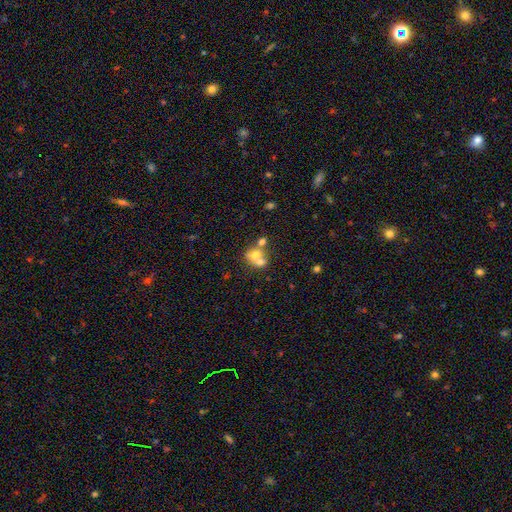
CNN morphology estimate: This is possibly a smooth galaxy (59%). How rounded: likely round (65%). Merging: possibly merger (57%).